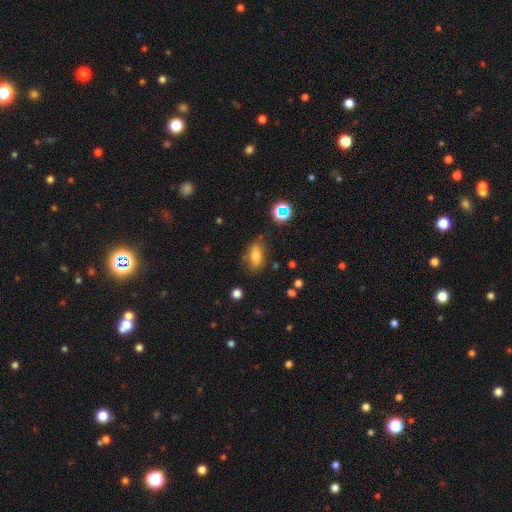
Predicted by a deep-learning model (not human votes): Smooth or featured? smooth (72%)
How rounded? in between (82%)
Merging? none (72%)